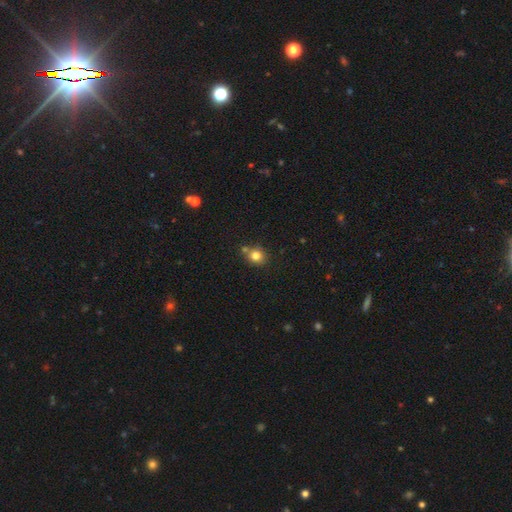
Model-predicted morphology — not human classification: Smooth or featured: smooth — 80% (star or artifact — 12%)
How rounded: round — 78% (in between — 21%)
Merging: none — 66% (merger — 19%)